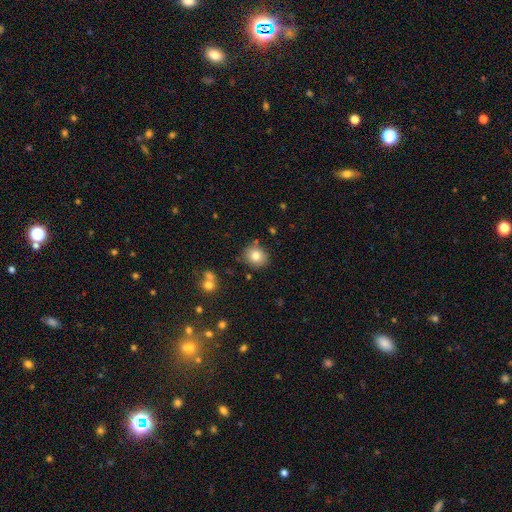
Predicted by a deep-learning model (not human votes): This is likely a smooth galaxy (79%). How rounded: clearly round (81%). Merging: likely none (79%).